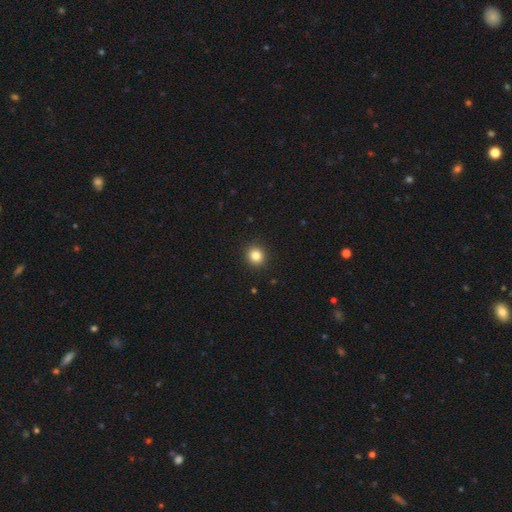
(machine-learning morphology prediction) Overall: smooth (83%). How rounded: round (88%). Merging: none (93%).